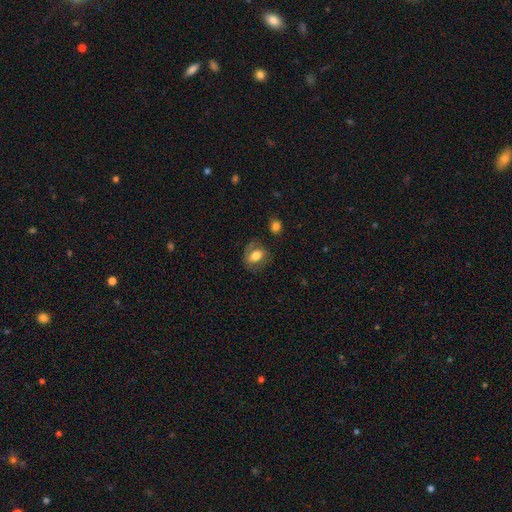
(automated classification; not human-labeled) Morphology: type=smooth (68%); roundness=in between (65%); merging=none (69%).